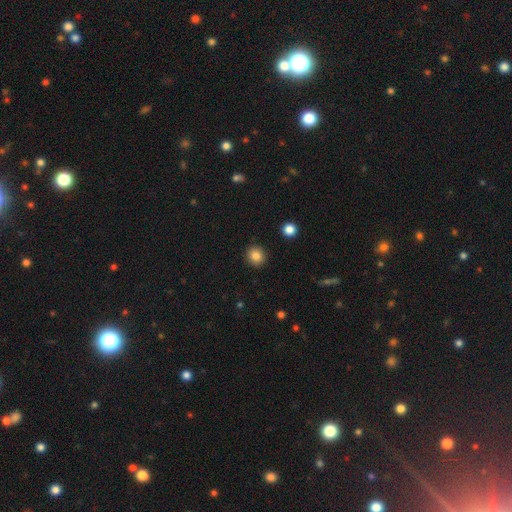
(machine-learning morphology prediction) A smooth galaxy with no disk features (85%) that is round (91%). Merging: none (92%).